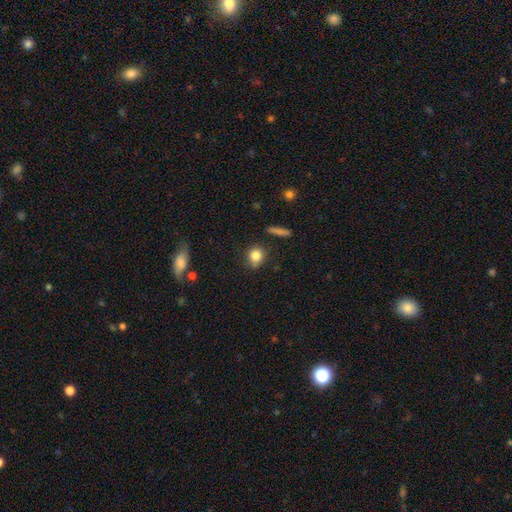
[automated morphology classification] type=smooth (82%); roundness=round (73%); merging=none (78%).